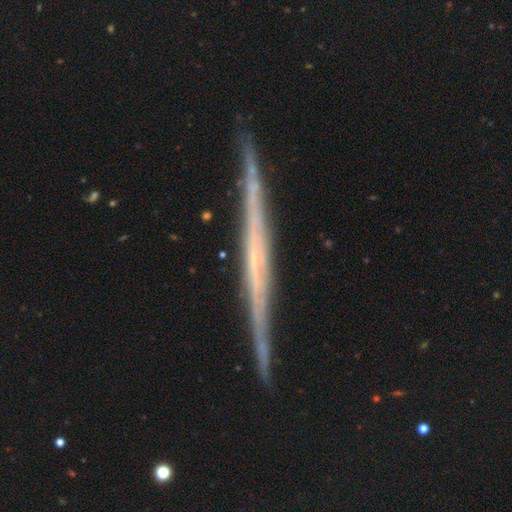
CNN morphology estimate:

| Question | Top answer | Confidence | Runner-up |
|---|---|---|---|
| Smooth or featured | featured or disk | 75% | smooth (15%) |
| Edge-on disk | yes | 97% | no (3%) |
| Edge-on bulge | none | 75% | rounded (16%) |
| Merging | none | 88% | minor disturbance (9%) |